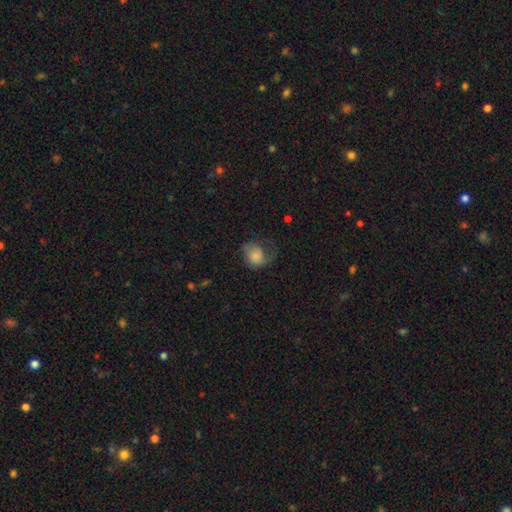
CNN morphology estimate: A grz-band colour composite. It shows a smooth galaxy with no disk features (58%) that is round (50%). Merging: major disturbance (37%).